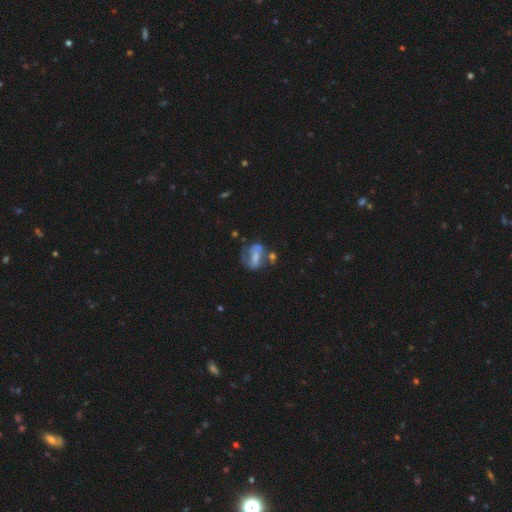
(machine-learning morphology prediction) type=featured or disk (56%); edge-on=no (95%); bar=no (38%); spiral arms=yes (57%); bulge=moderate (33%); merging=none (38%).